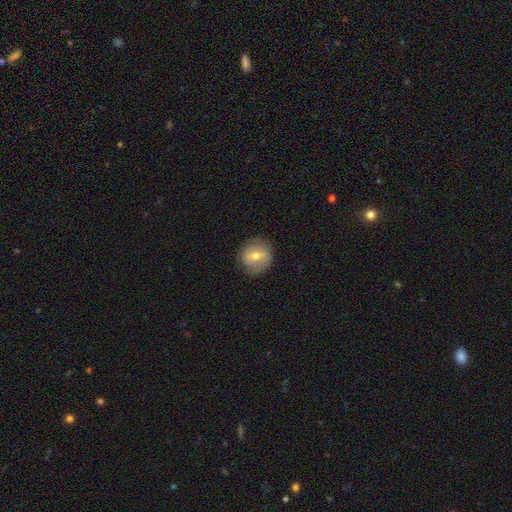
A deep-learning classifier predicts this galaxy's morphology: Q: Smooth or featured?
A: smooth (57%); runner-up: featured or disk (34%)
Q: How rounded?
A: round (84%); runner-up: in between (15%)
Q: Merging?
A: none (79%); runner-up: minor disturbance (15%)